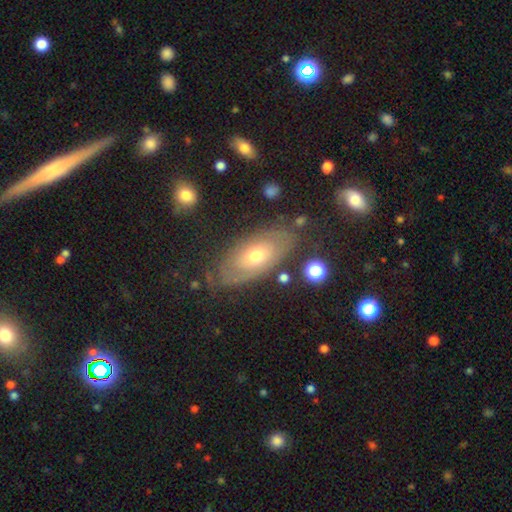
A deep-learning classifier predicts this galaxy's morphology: Smooth or featured: featured or disk — 58% (smooth — 34%)
Edge-on disk: no — 85% (yes — 15%)
Merging: none — 74% (minor disturbance — 17%)